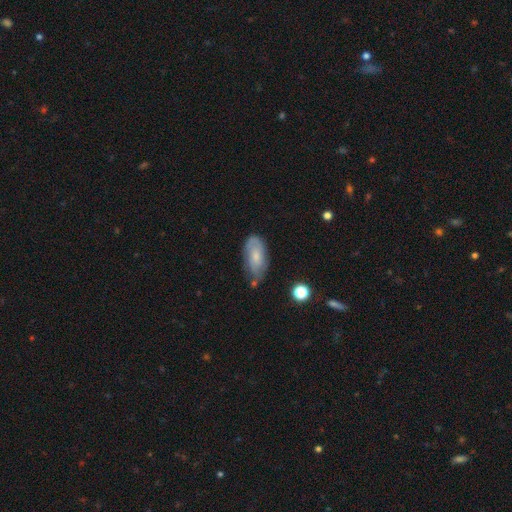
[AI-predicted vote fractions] Smooth or featured? smooth (53%)
How rounded? in between (89%)
Merging? none (58%)